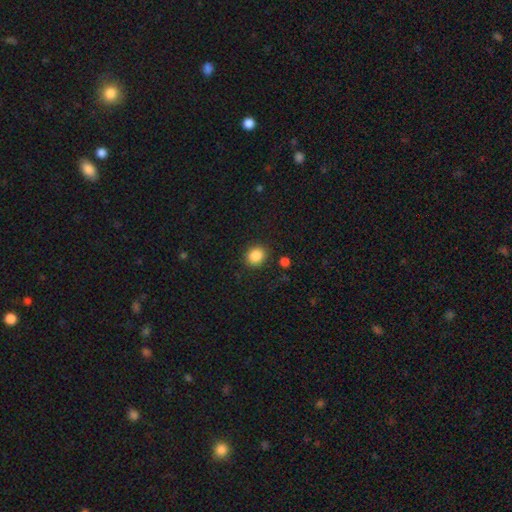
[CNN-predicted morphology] Q: Smooth or featured?
A: smooth (87%); runner-up: star or artifact (10%)
Q: How rounded?
A: round (74%); runner-up: in between (25%)
Q: Merging?
A: none (87%); runner-up: minor disturbance (8%)